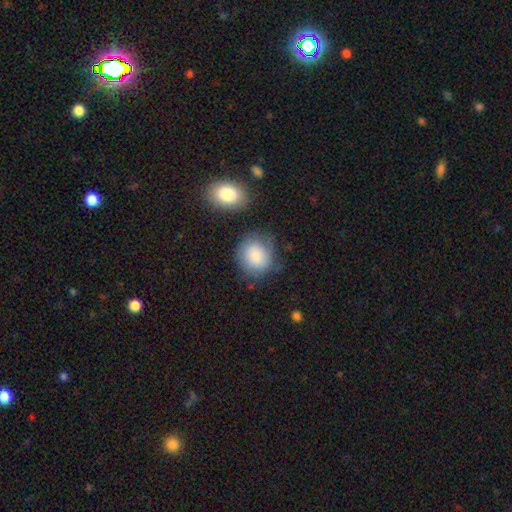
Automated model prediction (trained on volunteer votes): The model was most divided on "merging": none: 69%, minor disturbance: 19%, major disturbance: 7%, merger: 6%. More confident: smooth or featured — smooth (84%); how rounded — round (81%).